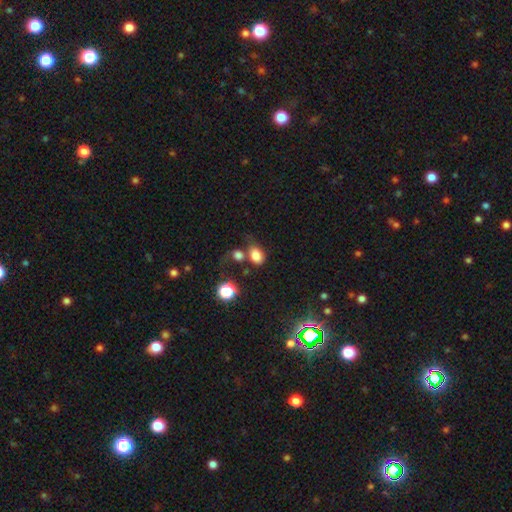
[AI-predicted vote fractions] A smooth galaxy with no disk features (80%) that is in between round and cigar-shaped (69%). Merging: none (44%).